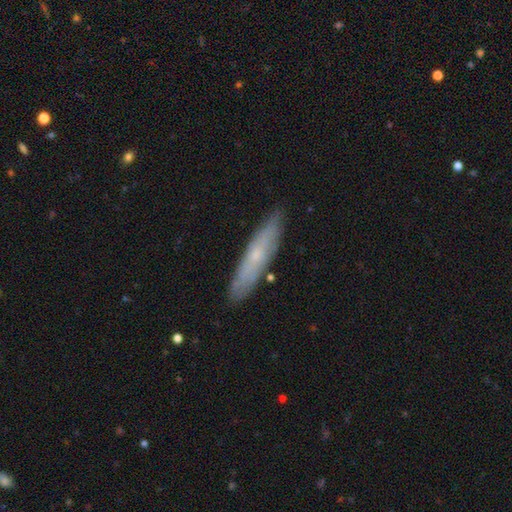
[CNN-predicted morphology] smooth_or_featured: featured or disk (p=0.47) [alt: smooth p=0.46]
merging: none (p=0.85) [alt: minor disturbance p=0.11]